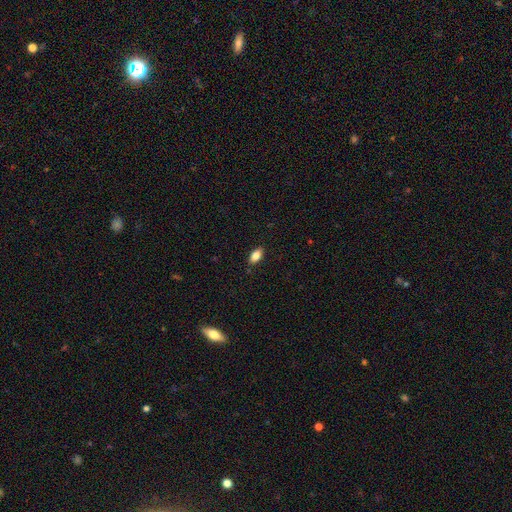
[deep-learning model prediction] The model was most divided on "smooth or featured": smooth: 82%, featured or disk: 10%, star or artifact: 8%. More confident: how rounded — in between (89%); merging — none (87%).